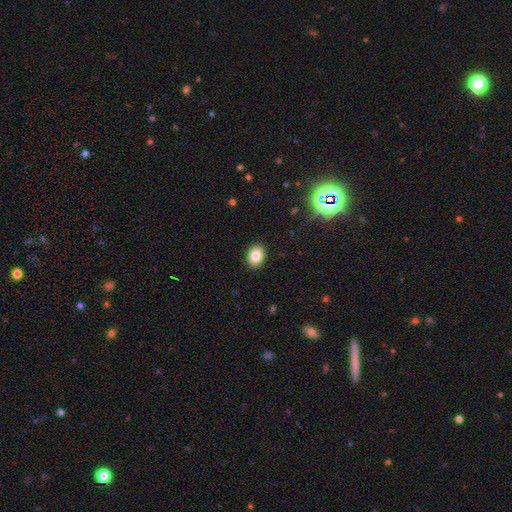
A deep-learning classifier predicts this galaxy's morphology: Overall: smooth (84%). How rounded: in between (70%). Merging: none (90%).